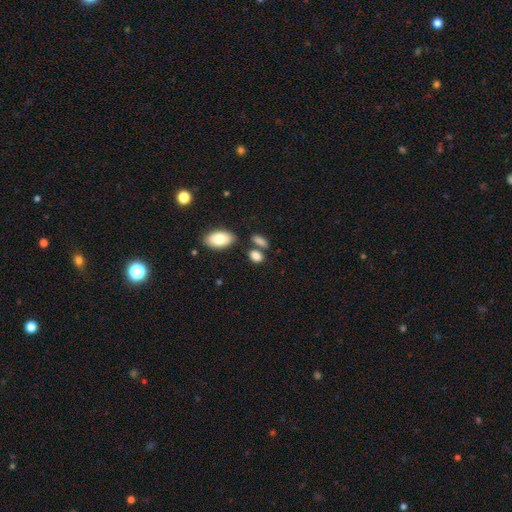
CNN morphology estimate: type=smooth (84%); roundness=in between (82%); merging=none (65%).